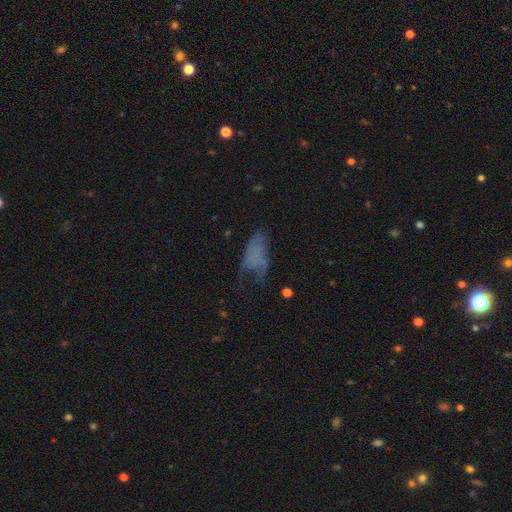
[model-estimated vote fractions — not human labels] Smooth or featured: smooth — 51% (featured or disk — 33%)
How rounded: in between — 89% (cigar-shaped — 7%)
Merging: major disturbance — 42% (none — 29%)